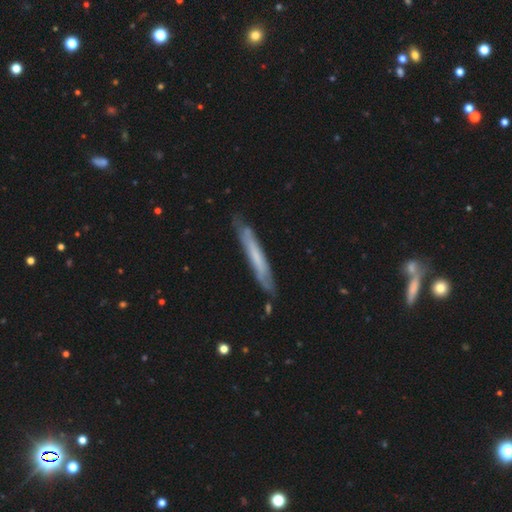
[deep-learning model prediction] A featured or disk galaxy (47%, tied with smooth). Merging: none (77%).